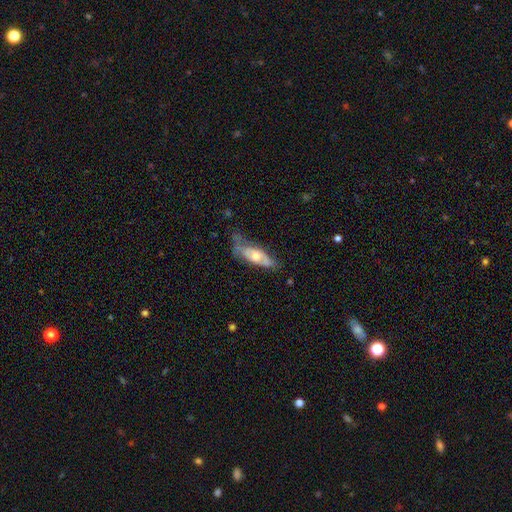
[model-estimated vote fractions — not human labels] Smooth or featured? smooth (48%)
Merging? none (40%)